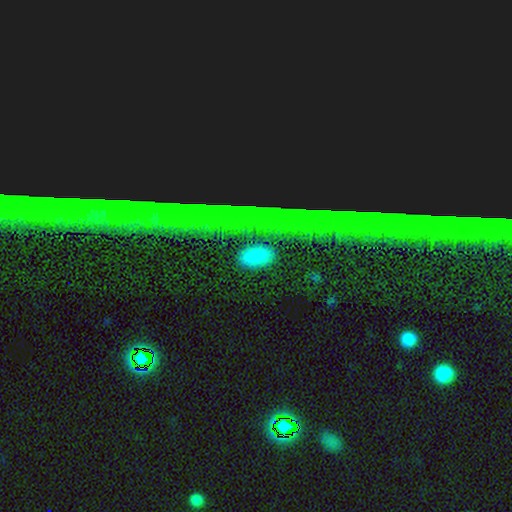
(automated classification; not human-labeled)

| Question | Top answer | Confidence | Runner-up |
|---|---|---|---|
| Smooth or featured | smooth | 77% | star or artifact (16%) |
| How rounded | in between | 91% | round (5%) |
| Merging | none | 78% | minor disturbance (12%) |